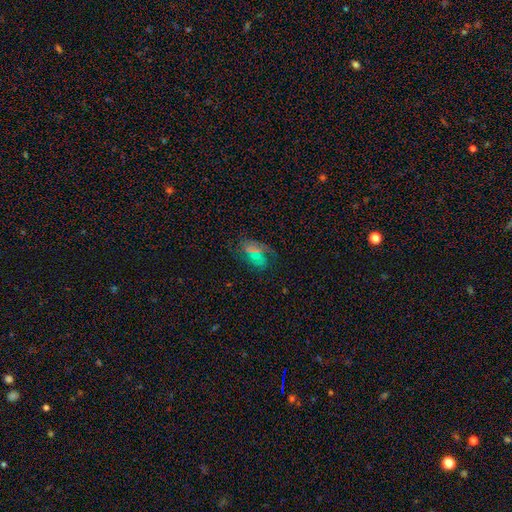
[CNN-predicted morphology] This is marginally a smooth galaxy (38%). Merging: possibly none (51%).